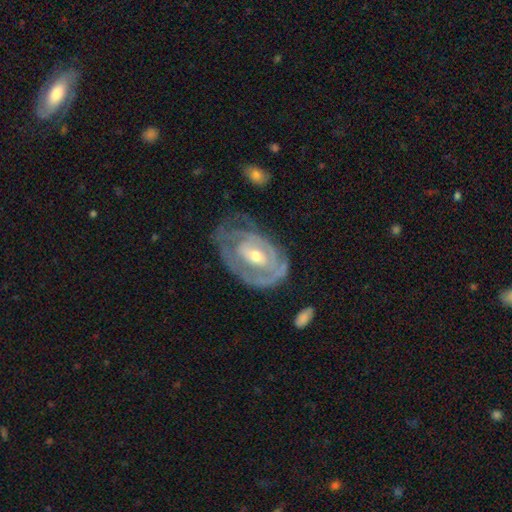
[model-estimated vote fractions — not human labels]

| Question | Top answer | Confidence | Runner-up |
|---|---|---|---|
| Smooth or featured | featured or disk | 81% | smooth (13%) |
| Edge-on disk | no | 95% | yes (5%) |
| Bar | no | 43% | weak (40%) |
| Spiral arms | yes | 73% | no (27%) |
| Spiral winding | tight | 67% | medium (24%) |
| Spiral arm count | can't tell | 42% | 2 (30%) |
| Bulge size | moderate | 55% | small (41%) |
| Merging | none | 51% | minor disturbance (27%) |